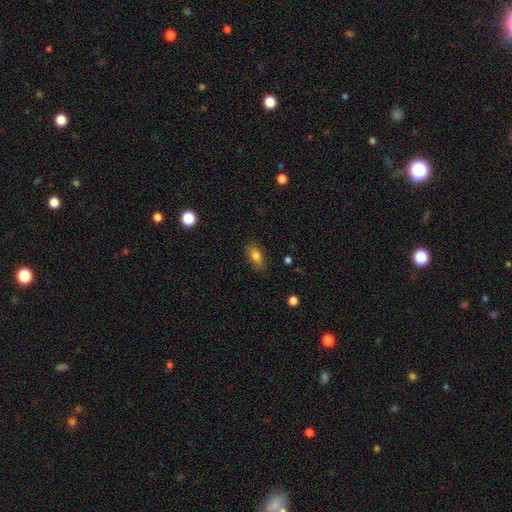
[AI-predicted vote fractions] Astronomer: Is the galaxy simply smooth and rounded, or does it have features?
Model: smooth — 81%.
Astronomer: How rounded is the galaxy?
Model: in between — 87%.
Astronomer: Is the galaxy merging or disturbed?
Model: none — 84%.